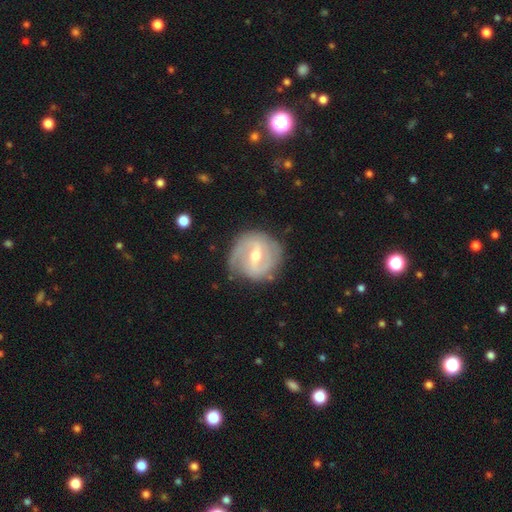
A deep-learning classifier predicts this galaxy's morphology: Smooth or featured: featured or disk — 77% (smooth — 18%)
Edge-on disk: no — 97% (yes — 3%)
Bar: weak — 51% (strong — 35%)
Spiral arms: yes — 86% (no — 14%)
Spiral winding: tight — 43% (medium — 39%)
Spiral arm count: 2 — 71% (can't tell — 16%)
Bulge size: moderate — 63% (small — 32%)
Merging: none — 77% (minor disturbance — 16%)